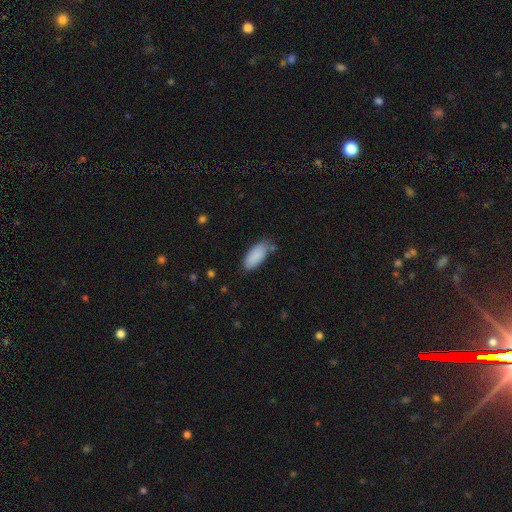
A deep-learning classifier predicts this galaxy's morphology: This appears to be a smooth galaxy with no disk features (89%) that is in between round and cigar-shaped (85%). Merging: none (72%).